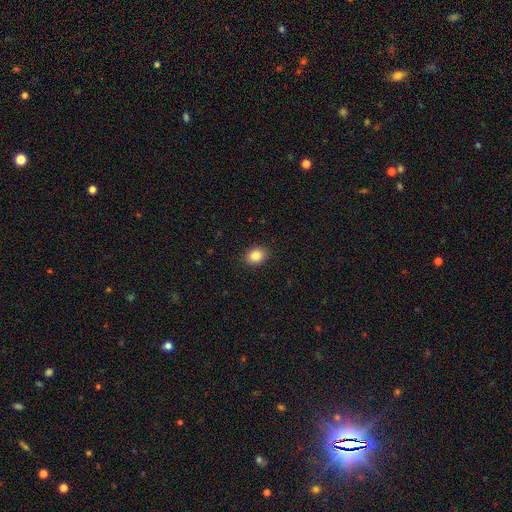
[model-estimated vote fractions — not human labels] Morphology: type=smooth (84%); roundness=in between (63%); merging=none (90%).